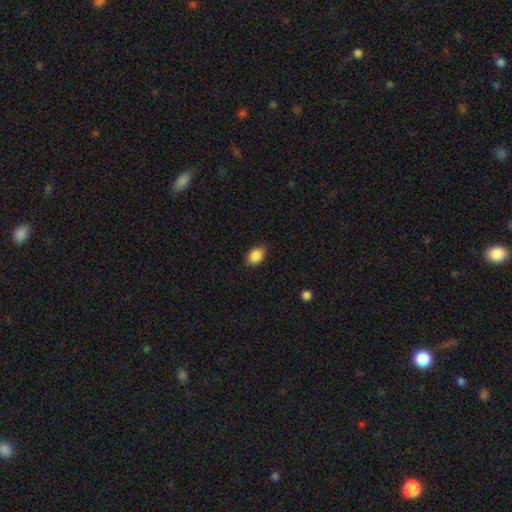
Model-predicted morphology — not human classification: This appears to be a smooth galaxy with no disk features (88%) that is in between round and cigar-shaped (78%). Merging: none (85%).